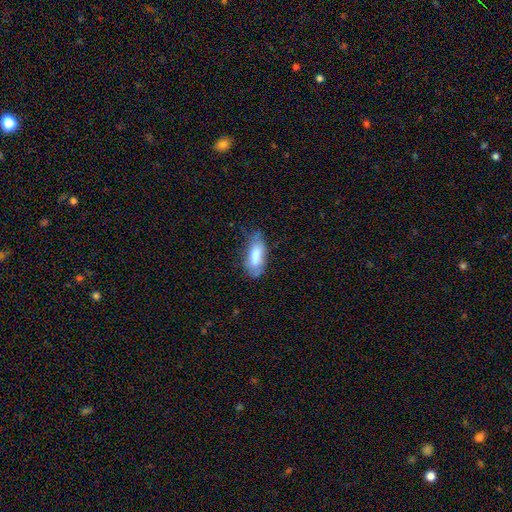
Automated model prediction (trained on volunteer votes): The model was most divided on "merging": none: 53%, minor disturbance: 33%, major disturbance: 12%, merger: 3%. More confident: how rounded — in between (77%); smooth or featured — smooth (74%).